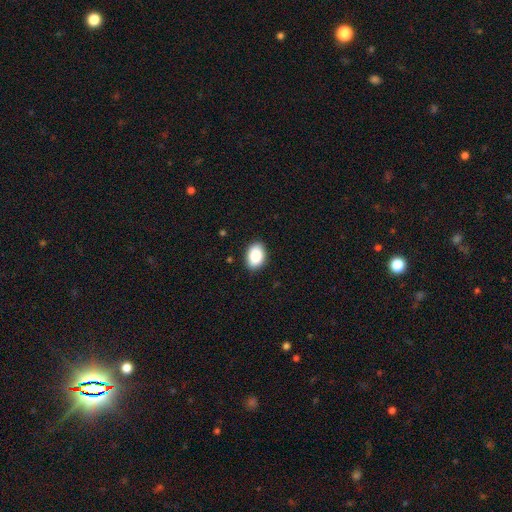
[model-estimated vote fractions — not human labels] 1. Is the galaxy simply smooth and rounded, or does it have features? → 88% smooth, 7% star or artifact, 4% featured or disk.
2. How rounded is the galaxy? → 85% in between, 14% round, 1% cigar-shaped.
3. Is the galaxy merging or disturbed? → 88% none, 9% minor disturbance, 2% major disturbance, 1% merger.